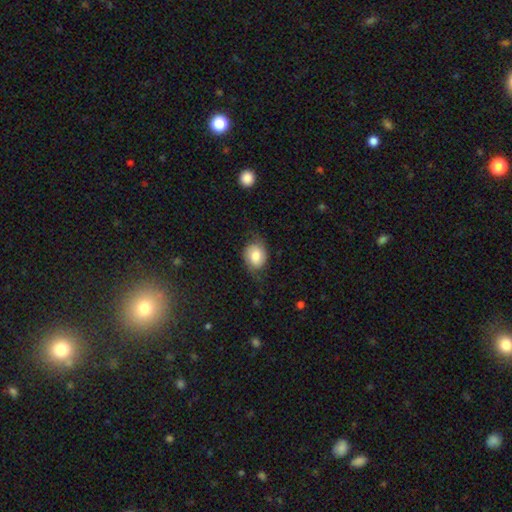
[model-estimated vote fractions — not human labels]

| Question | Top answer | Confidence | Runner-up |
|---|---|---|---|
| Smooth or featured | smooth | 66% | featured or disk (26%) |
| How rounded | in between | 51% | round (48%) |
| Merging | none | 62% | minor disturbance (26%) |